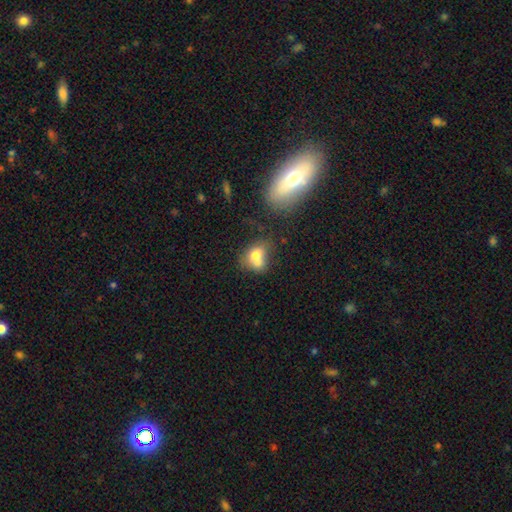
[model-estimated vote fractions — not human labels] Morphology: type=smooth (69%); roundness=in between (51%); merging=merger (56%).